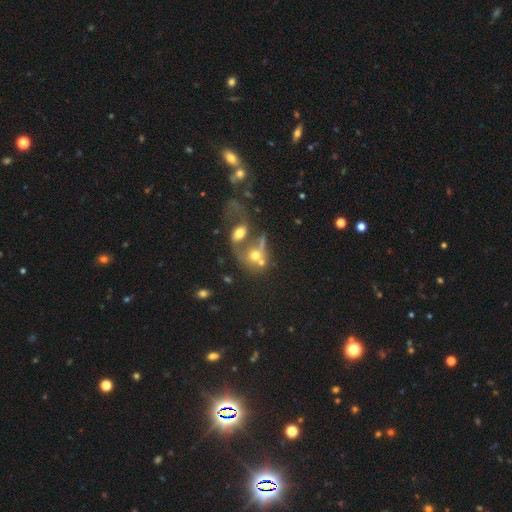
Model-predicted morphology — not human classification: A smooth galaxy with no disk features (52%) that is round (57%).

Vote fractions:
- Smooth or featured? smooth: 52% / featured or disk: 34% / star or artifact: 14%
- How rounded? round: 57% / in between: 40% / cigar-shaped: 3%
- Merging? merger: 63% / none: 17% / major disturbance: 13% / minor disturbance: 7%